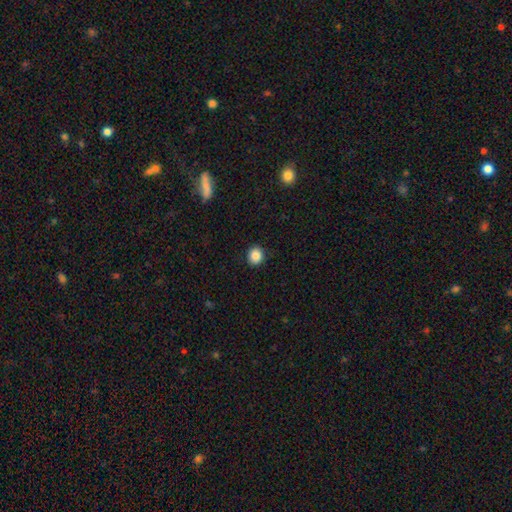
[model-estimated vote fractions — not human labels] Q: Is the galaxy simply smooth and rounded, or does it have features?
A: smooth — 85%.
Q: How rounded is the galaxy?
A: round — 78%.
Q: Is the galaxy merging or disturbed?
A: none — 91%.